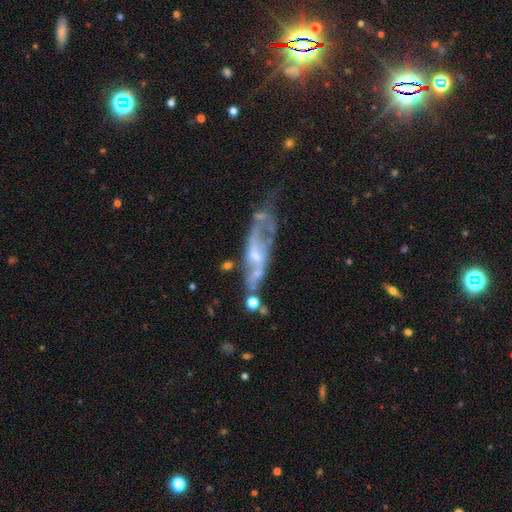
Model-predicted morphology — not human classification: smooth_or_featured: featured or disk (p=0.72) [alt: smooth p=0.18]
disk_edge_on: no (p=0.74) [alt: yes p=0.26]
bar: no (p=0.54) [alt: weak p=0.35]
has_spiral_arms: yes (p=0.60) [alt: no p=0.40]
bulge_size: small (p=0.48) [alt: moderate p=0.32]
merging: none (p=0.38) [alt: major disturbance p=0.25]